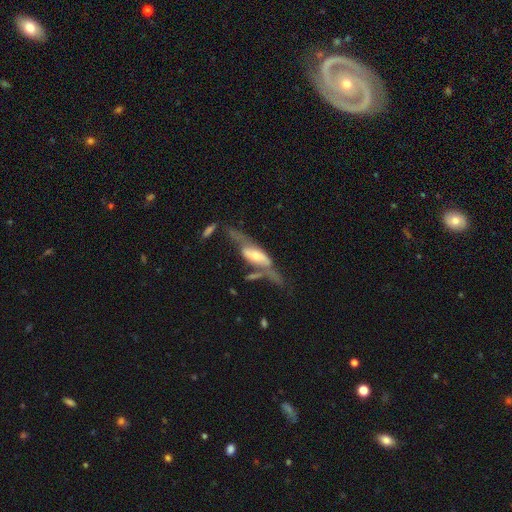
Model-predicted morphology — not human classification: A featured or disk galaxy (68%).

Vote fractions:
- Smooth or featured? featured or disk: 68% / smooth: 26% / star or artifact: 6%
- Edge-on disk? no: 58% / yes: 42%
- Merging? none: 33% / major disturbance: 28% / minor disturbance: 21% / merger: 18%